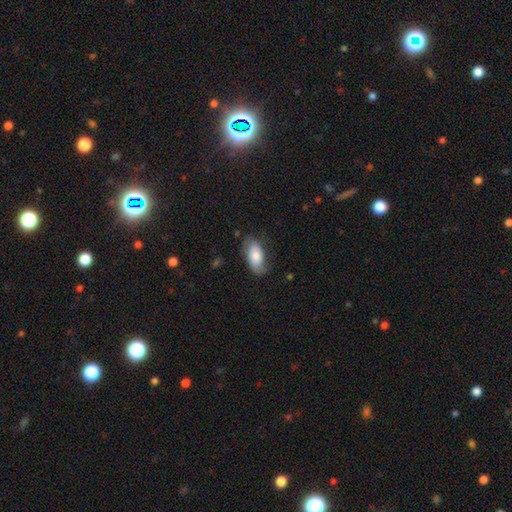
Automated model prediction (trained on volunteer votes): Smooth or featured? Predicted: smooth (p=0.71). How rounded? Predicted: in between (p=0.92). Merging? Predicted: none (p=0.65).